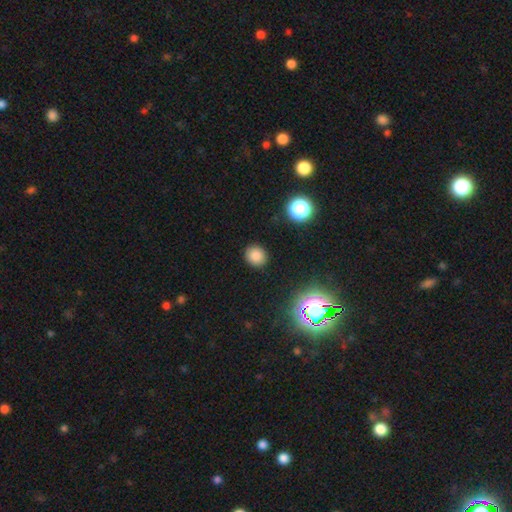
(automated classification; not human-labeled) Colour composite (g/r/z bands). It shows a smooth galaxy with no disk features (81%) that is round (80%). Merging: none (89%).